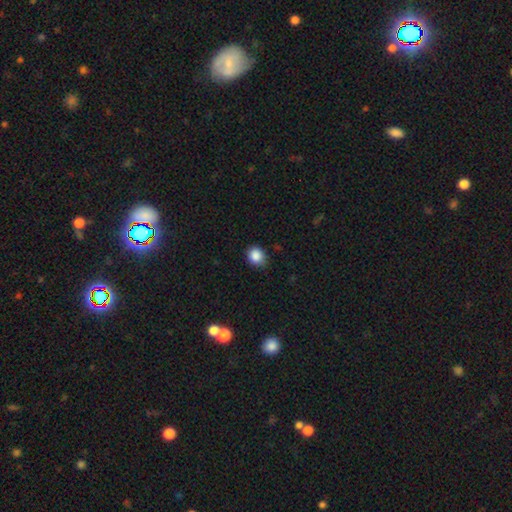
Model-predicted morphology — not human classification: Overall: smooth (87%). How rounded: round (70%). Merging: none (80%).